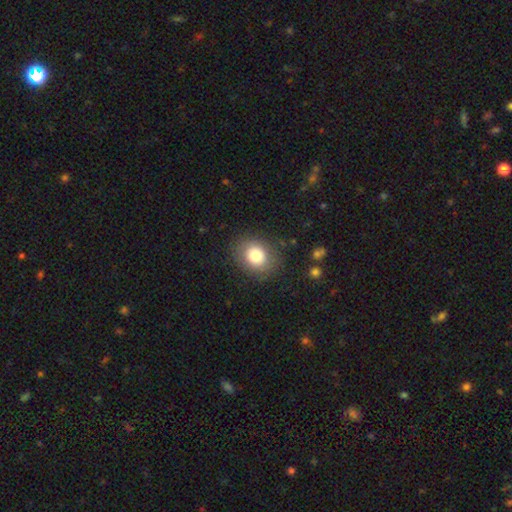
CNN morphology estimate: smooth 80%, featured or disk 11%, star or artifact 10%. Down the decision tree: how rounded — round (65%); merging — none (84%).